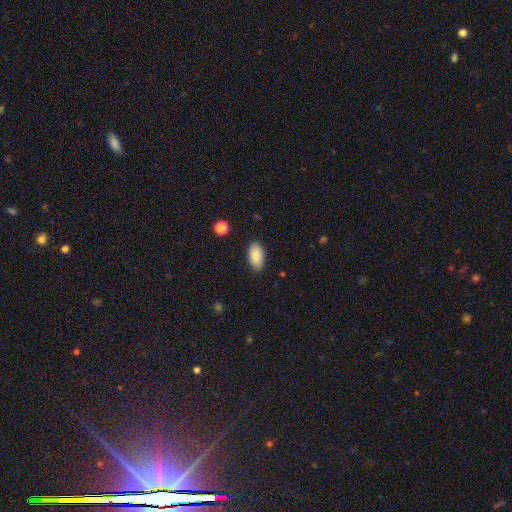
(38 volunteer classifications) A smooth galaxy with no disk features (87%) that is in between round and cigar-shaped (100%).

Vote fractions:
- Smooth or featured? smooth: 87% / star or artifact: 8% / featured or disk: 5%
- How rounded? in between: 100% / round: 0% / cigar-shaped: 0%
- Merging? none: 91% / minor disturbance: 6% / major disturbance: 3% / merger: 0%